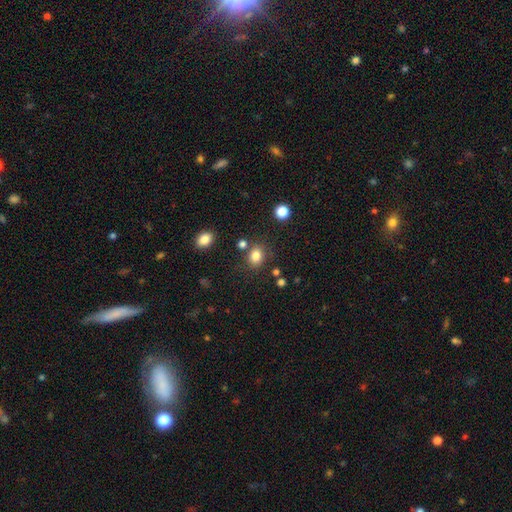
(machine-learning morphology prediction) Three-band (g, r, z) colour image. It shows a smooth galaxy with no disk features (82%) that is round (57%). Merging: none (75%).